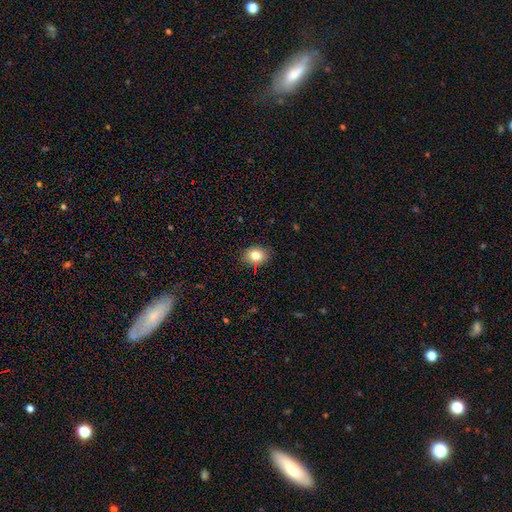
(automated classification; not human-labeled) Q: Smooth or featured?
A: smooth (81%); runner-up: star or artifact (11%)
Q: How rounded?
A: in between (52%); runner-up: round (47%)
Q: Merging?
A: none (83%); runner-up: minor disturbance (13%)